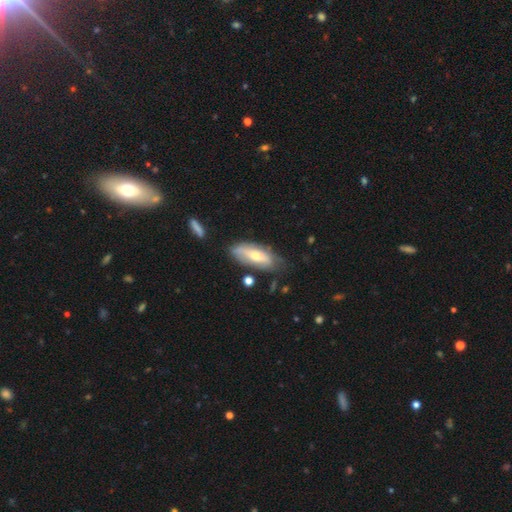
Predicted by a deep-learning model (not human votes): smooth 50%, featured or disk 44%, star or artifact 6%. Down the decision tree: merging — none (63%).